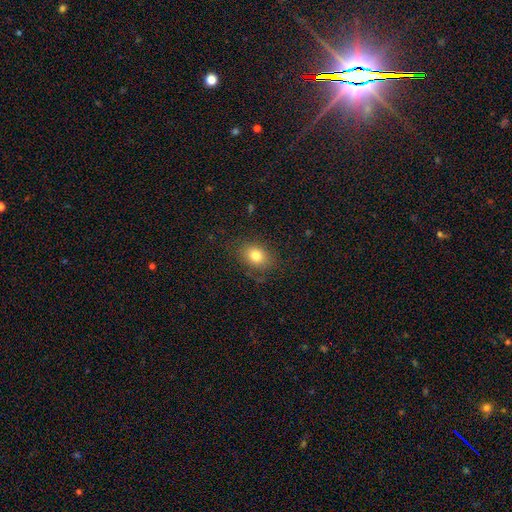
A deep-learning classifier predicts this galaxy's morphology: This is likely a smooth galaxy (80%). How rounded: likely in between (68%). Merging: likely none (79%).